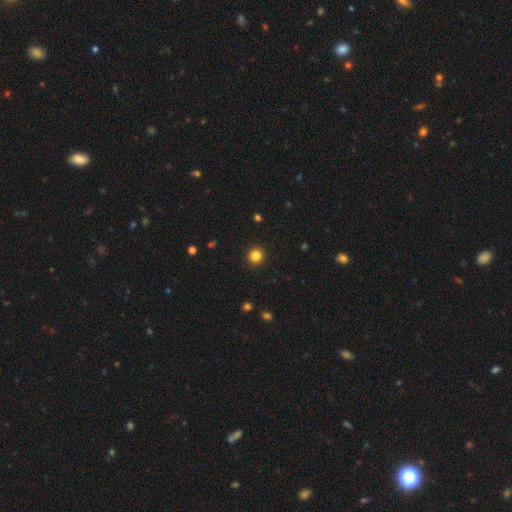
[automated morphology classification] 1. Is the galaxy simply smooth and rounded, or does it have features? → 84% smooth, 12% star or artifact, 4% featured or disk.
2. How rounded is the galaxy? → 95% round, 4% in between, 1% cigar-shaped.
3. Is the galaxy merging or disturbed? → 93% none, 4% minor disturbance, 2% major disturbance, 1% merger.